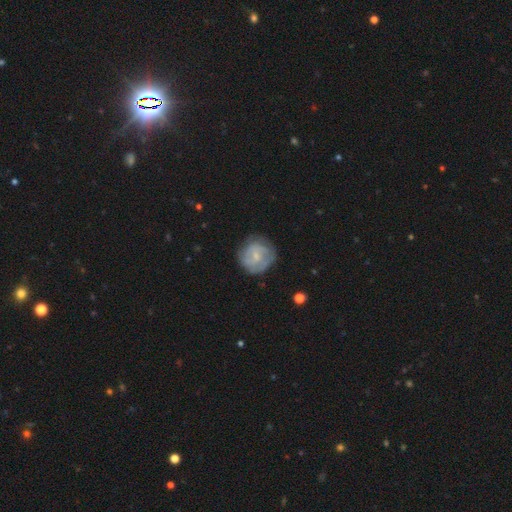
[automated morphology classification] featured or disk 52%, smooth 42%, star or artifact 7%. Down the decision tree: edge-on disk — no (98%); bar — no (57%); spiral arms — yes (64%); bulge size — small (57%); merging — none (69%).